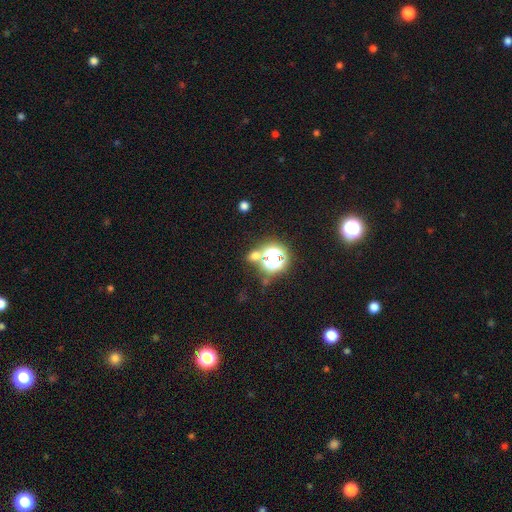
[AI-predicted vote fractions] The model was most divided on "smooth or featured": star or artifact: 47%, smooth: 43%, featured or disk: 9%.